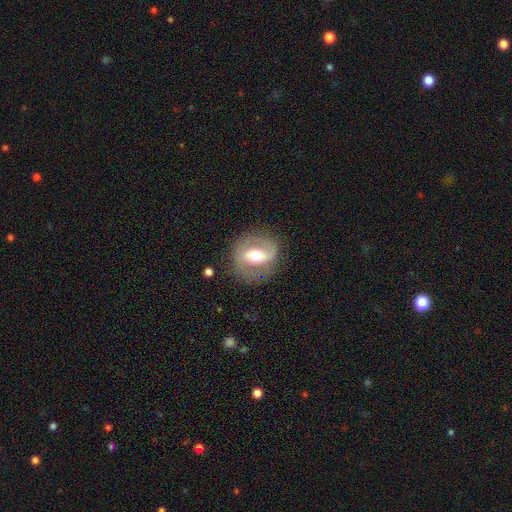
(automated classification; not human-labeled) This is likely a featured or disk galaxy (72%). It is clearly not viewed edge-on (95%). Bar: marginally strong (44%). Spiral arm pattern: likely yes (76%). Spiral arm count: likely 2 (80%). Spiral winding: possibly medium (46%). Central bulge: likely moderate (69%). Merging: likely none (75%).